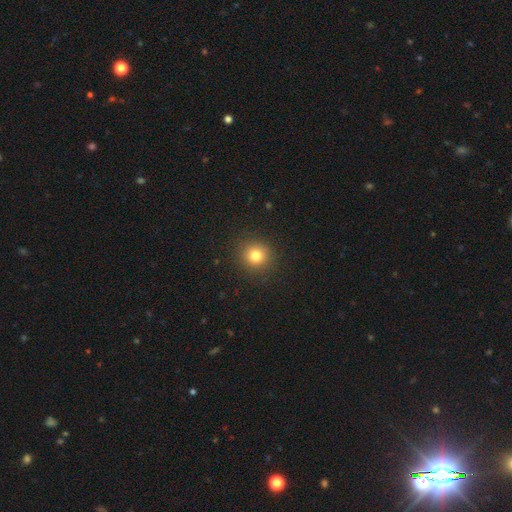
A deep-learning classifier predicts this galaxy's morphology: smooth_or_featured: smooth (p=0.79) [alt: star or artifact p=0.13]
how_rounded: round (p=0.91) [alt: in between p=0.08]
merging: none (p=0.91) [alt: minor disturbance p=0.06]